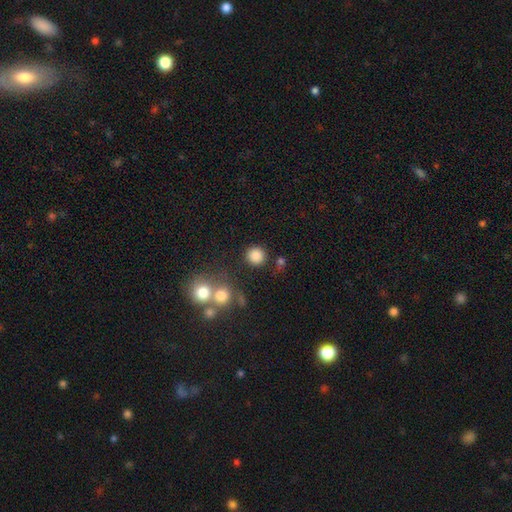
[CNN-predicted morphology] Smooth or featured? smooth (84%)
How rounded? round (91%)
Merging? none (81%)